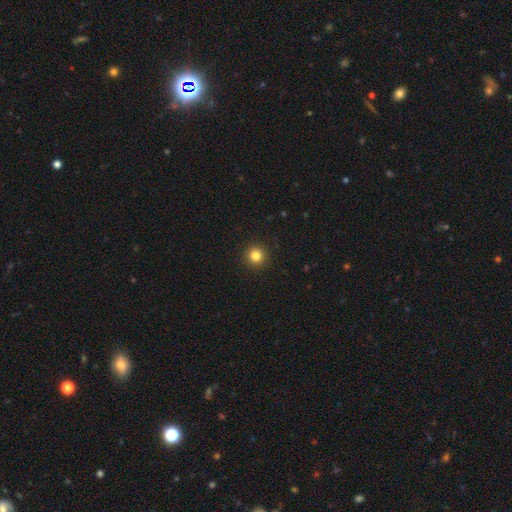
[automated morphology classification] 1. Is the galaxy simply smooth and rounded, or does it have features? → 83% smooth, 12% star or artifact, 5% featured or disk.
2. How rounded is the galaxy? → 95% round, 4% in between, 1% cigar-shaped.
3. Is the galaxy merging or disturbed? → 93% none, 4% minor disturbance, 2% major disturbance, 1% merger.